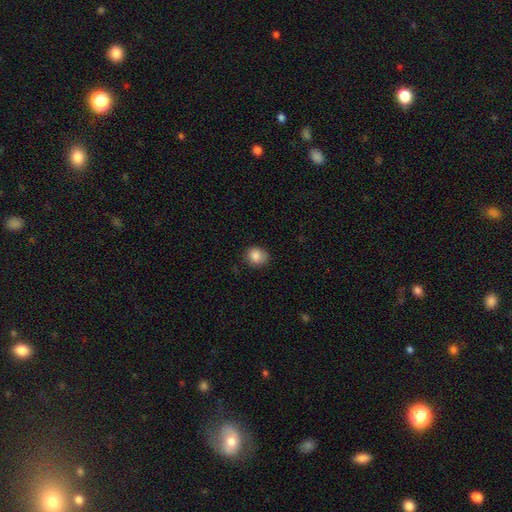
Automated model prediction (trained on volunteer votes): Smooth or featured? Predicted: smooth (p=0.86). How rounded? Predicted: round (p=0.74). Merging? Predicted: none (p=0.80).